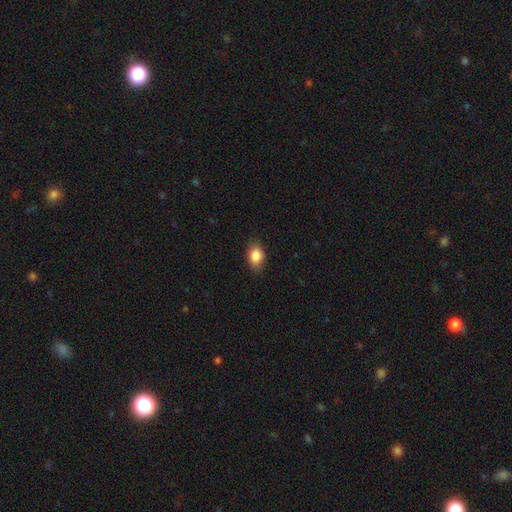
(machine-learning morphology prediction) Smooth or featured?
  - smooth: 86% *
  - star or artifact: 8%
  - featured or disk: 6%
How rounded?
  - in between: 80% *
  - round: 18%
  - cigar-shaped: 2%
Merging?
  - none: 84% *
  - minor disturbance: 12%
  - major disturbance: 3%
  - merger: 1%